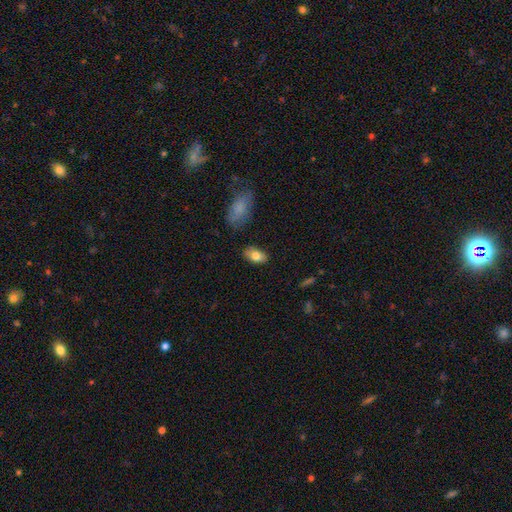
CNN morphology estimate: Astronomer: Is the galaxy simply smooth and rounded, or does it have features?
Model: smooth — 80%.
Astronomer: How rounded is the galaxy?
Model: in between — 91%.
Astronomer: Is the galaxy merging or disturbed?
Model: none — 83%.